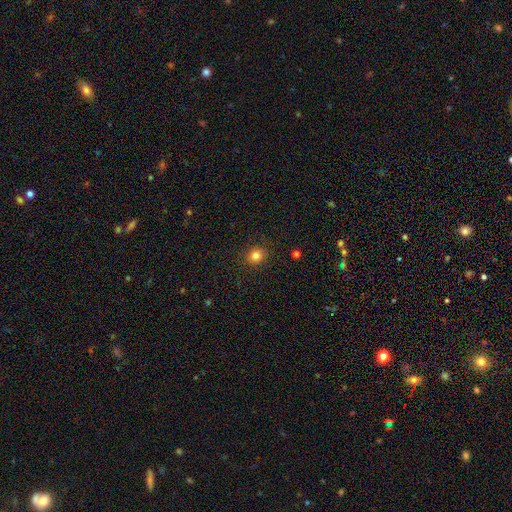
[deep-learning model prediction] smooth-or-featured: smooth: 81% | star or artifact: 13% | featured or disk: 6%
  how-rounded: round: 78% | in between: 22% | cigar-shaped: 1%
  merging: none: 90% | minor disturbance: 7% | major disturbance: 2% | merger: 1%